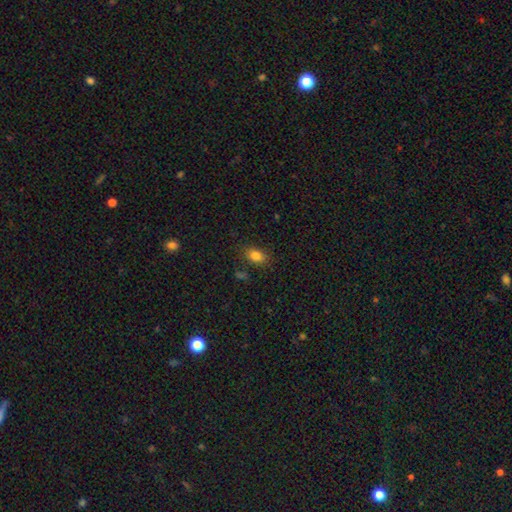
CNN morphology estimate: Smooth or featured: smooth — 82% (star or artifact — 12%)
How rounded: in between — 76% (round — 22%)
Merging: none — 81% (minor disturbance — 12%)